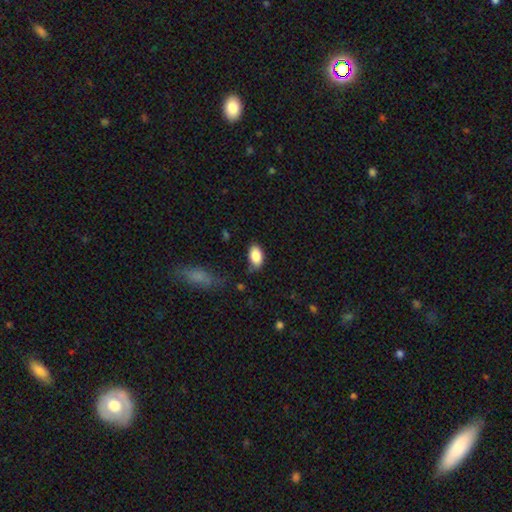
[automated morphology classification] Q: Smooth or featured?
A: smooth (86%); runner-up: star or artifact (7%)
Q: How rounded?
A: in between (93%); runner-up: round (5%)
Q: Merging?
A: none (74%); runner-up: minor disturbance (20%)